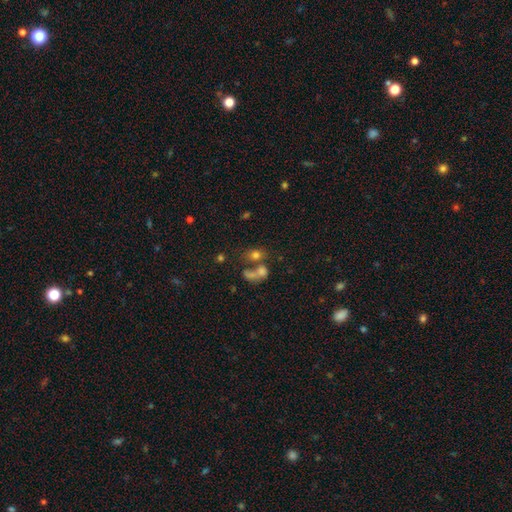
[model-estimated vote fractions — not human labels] smooth-or-featured: smooth: 63% | star or artifact: 20% | featured or disk: 17%
  how-rounded: in between: 52% | round: 46% | cigar-shaped: 2%
  merging: merger: 43% | none: 37% | major disturbance: 10% | minor disturbance: 10%